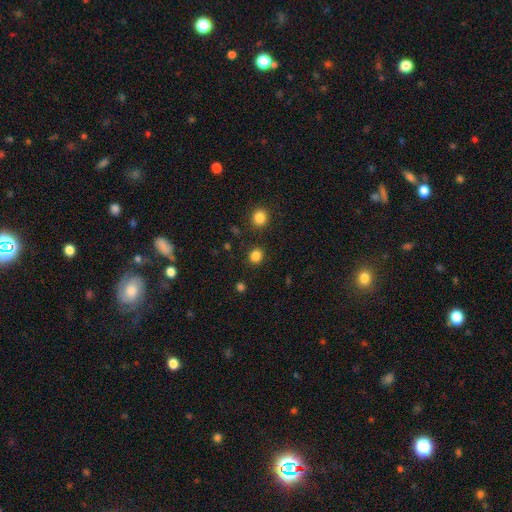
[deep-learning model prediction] This appears to be a smooth galaxy with no disk features (84%) that is round (77%). Merging: none (88%).